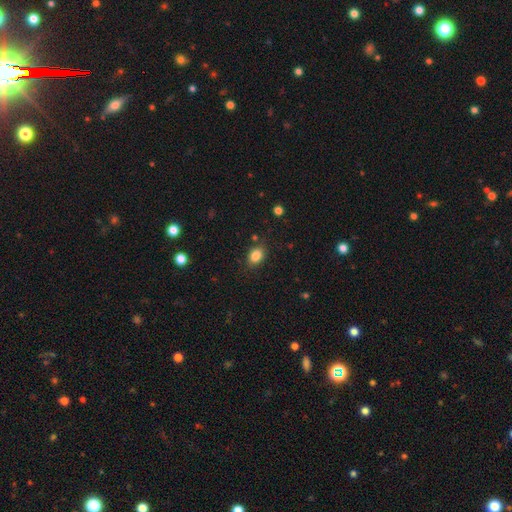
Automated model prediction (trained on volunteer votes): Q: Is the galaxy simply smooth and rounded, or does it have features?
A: smooth — 85%.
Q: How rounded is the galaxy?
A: in between — 72%.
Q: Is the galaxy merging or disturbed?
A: none — 81%.